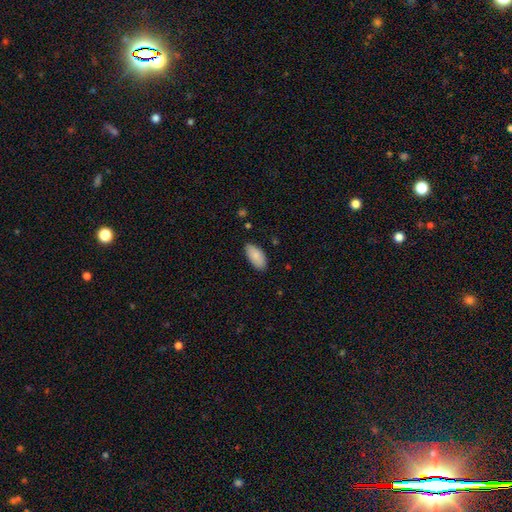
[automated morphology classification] smooth 86%, featured or disk 8%, star or artifact 6%. Down the decision tree: how rounded — in between (94%); merging — none (84%).